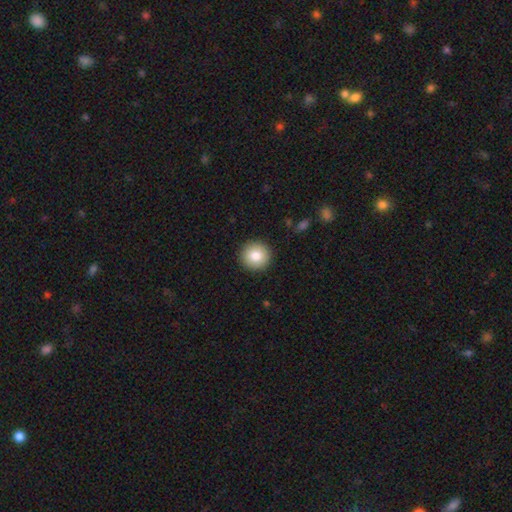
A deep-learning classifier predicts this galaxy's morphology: A smooth galaxy with no disk features (84%) that is round (94%).

Vote fractions:
- Smooth or featured? smooth: 84% / star or artifact: 8% / featured or disk: 8%
- How rounded? round: 94% / in between: 5% / cigar-shaped: 1%
- Merging? none: 92% / minor disturbance: 5% / major disturbance: 2% / merger: 1%